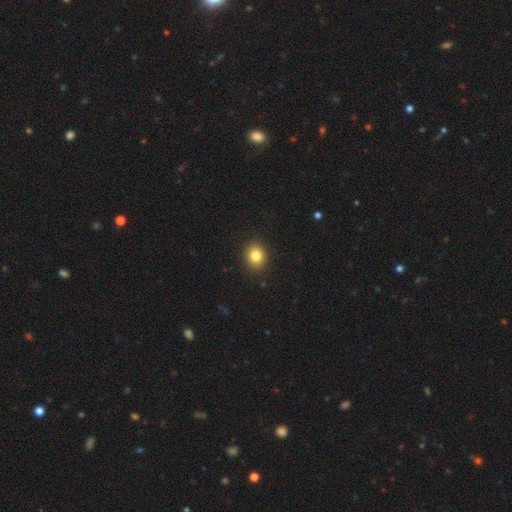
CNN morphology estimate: smooth-or-featured: smooth: 83% | star or artifact: 11% | featured or disk: 7%
  how-rounded: round: 62% | in between: 37% | cigar-shaped: 1%
  merging: none: 90% | minor disturbance: 7% | major disturbance: 2% | merger: 1%